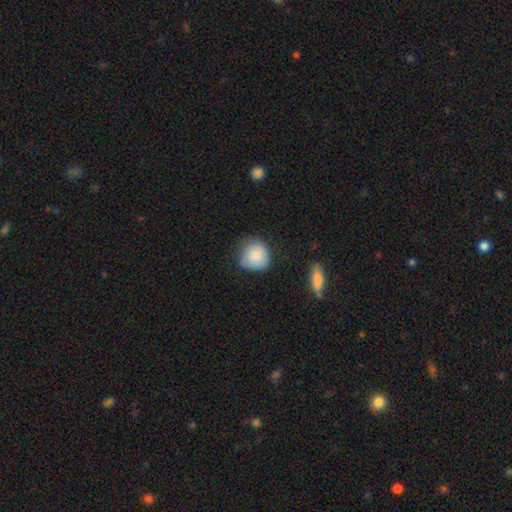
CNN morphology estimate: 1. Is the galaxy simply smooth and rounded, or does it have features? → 84% smooth, 9% featured or disk, 7% star or artifact.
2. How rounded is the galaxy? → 85% round, 14% in between, 1% cigar-shaped.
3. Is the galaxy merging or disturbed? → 61% none, 30% minor disturbance, 7% major disturbance, 2% merger.